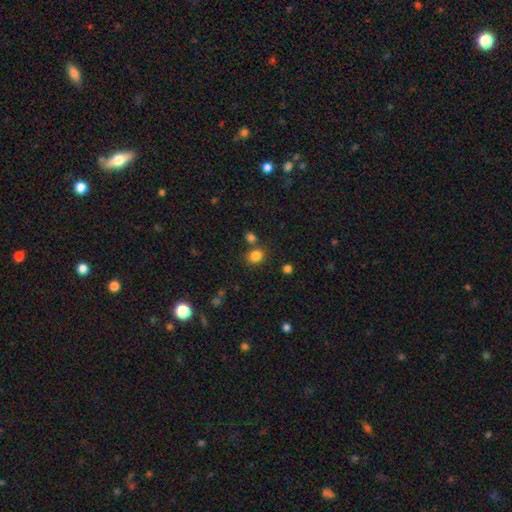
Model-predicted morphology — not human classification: This is clearly a smooth galaxy (83%). How rounded: likely round (70%). Merging: likely none (74%).